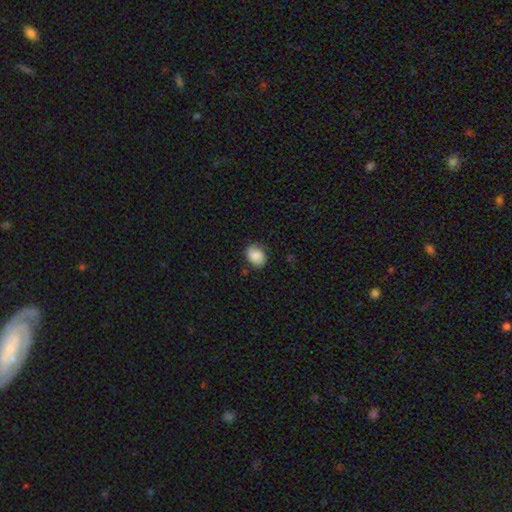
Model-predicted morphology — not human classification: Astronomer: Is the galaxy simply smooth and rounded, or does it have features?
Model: smooth — 78%.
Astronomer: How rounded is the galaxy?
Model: in between — 60% (runner-up: round, 39%).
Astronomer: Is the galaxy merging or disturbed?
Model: none — 73%.